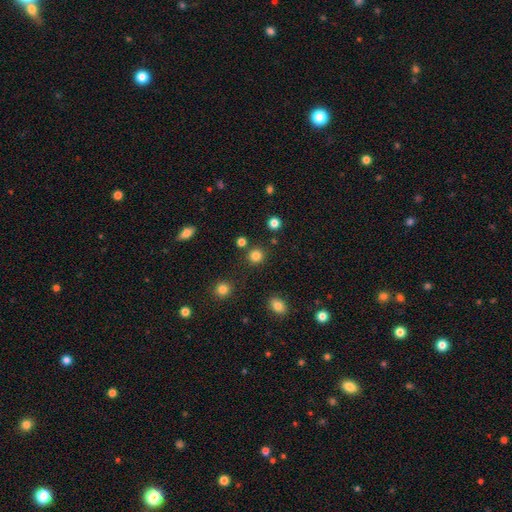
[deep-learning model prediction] This appears to be a smooth galaxy with no disk features (83%) that is round (91%). Merging: none (87%).